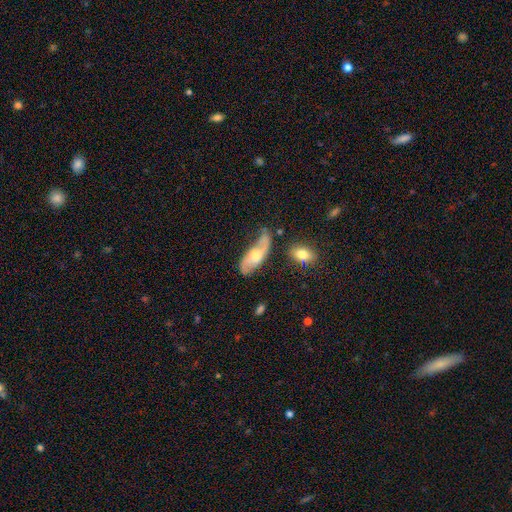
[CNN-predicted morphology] This is likely a featured or disk galaxy (62%). It is clearly not viewed edge-on (87%). Bar: possibly no (58%). Spiral arm pattern: clearly yes (82%). Central bulge: likely moderate (61%). Merging: marginally none (43%).